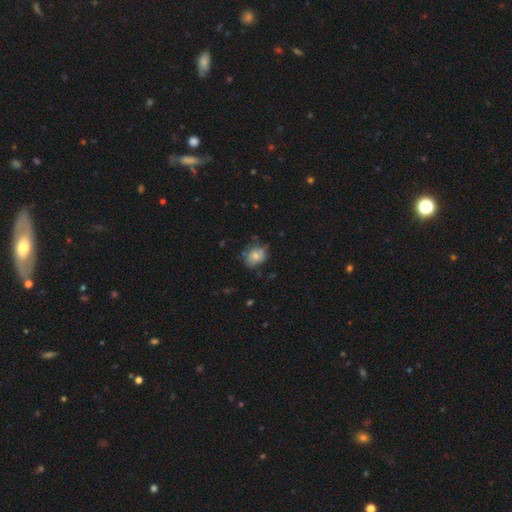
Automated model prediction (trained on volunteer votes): A smooth galaxy with no disk features (68%) that is round (51%). Merging: none (59%).